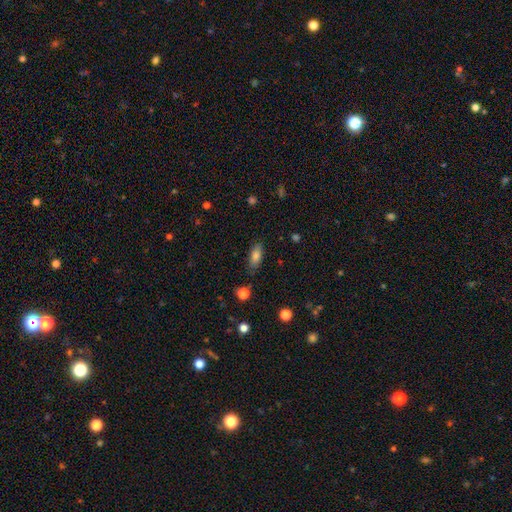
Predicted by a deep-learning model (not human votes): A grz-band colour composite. It shows a smooth galaxy with no disk features (80%) that is in between round and cigar-shaped (79%). Merging: none (79%).